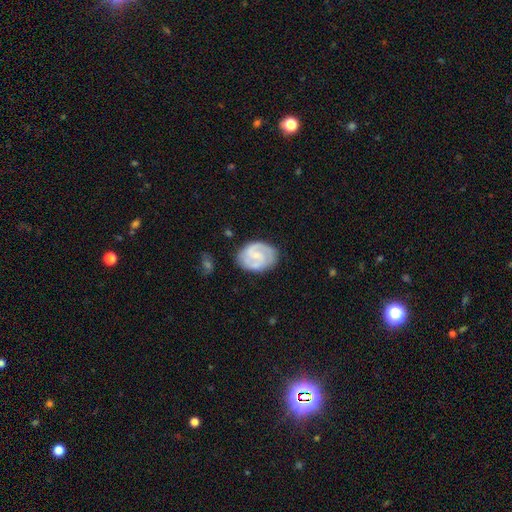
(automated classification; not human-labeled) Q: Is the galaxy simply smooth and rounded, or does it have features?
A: featured or disk — 78%.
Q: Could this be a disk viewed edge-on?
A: no — 98%.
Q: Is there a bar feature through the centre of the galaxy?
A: weak — 50%.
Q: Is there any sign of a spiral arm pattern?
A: yes — 94%.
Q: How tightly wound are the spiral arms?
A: medium — 48%.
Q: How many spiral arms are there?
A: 2 — 83%.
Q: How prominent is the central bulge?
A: small — 59%.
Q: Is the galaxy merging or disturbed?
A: none — 78%.